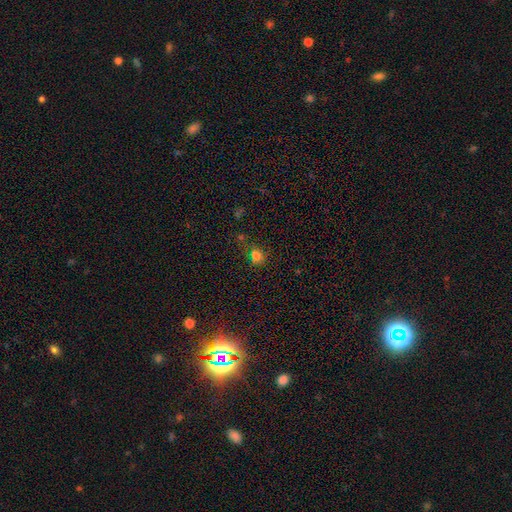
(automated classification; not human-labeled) Morphology: type=smooth (72%); roundness=round (76%); merging=none (66%).